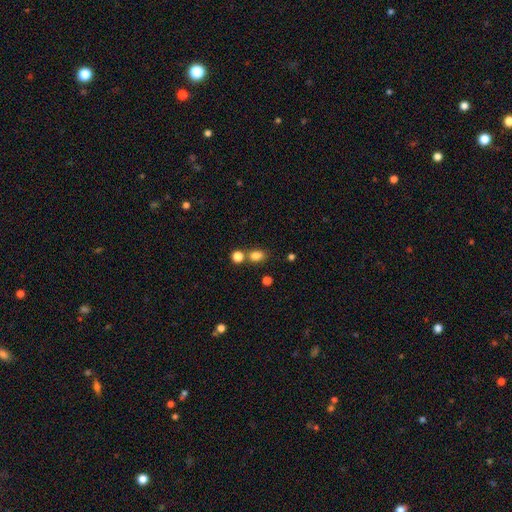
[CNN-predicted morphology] smooth_or_featured: smooth (p=0.81) [alt: star or artifact p=0.14]
how_rounded: in between (p=0.65) [alt: round p=0.34]
merging: none (p=0.64) [alt: merger p=0.20]